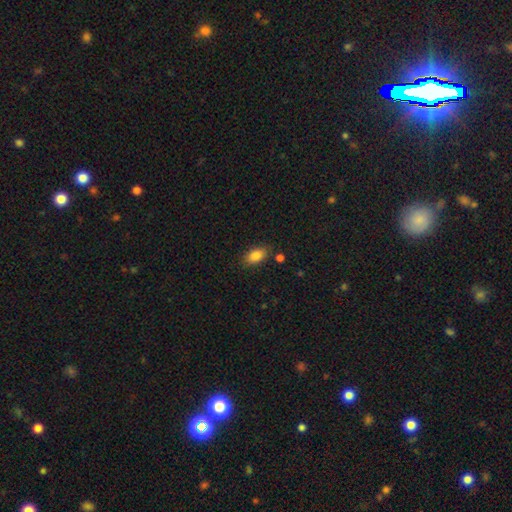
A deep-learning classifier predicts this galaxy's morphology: Smooth or featured? smooth (85%)
How rounded? in between (89%)
Merging? none (81%)